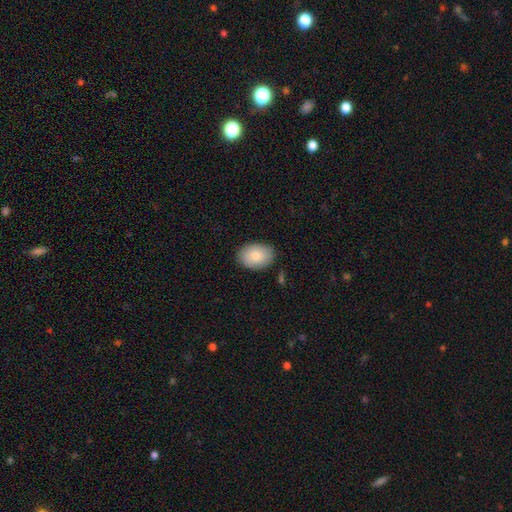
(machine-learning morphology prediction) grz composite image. It shows a smooth galaxy with no disk features (84%) that is in between round and cigar-shaped (82%). Merging: none (85%).